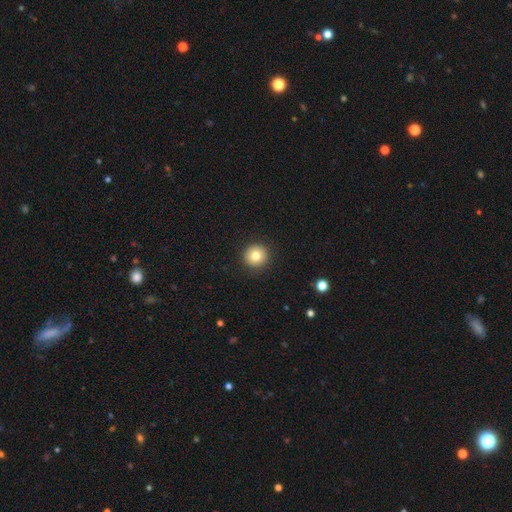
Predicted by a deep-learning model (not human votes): Overall: smooth (81%). How rounded: round (95%). Merging: none (92%).